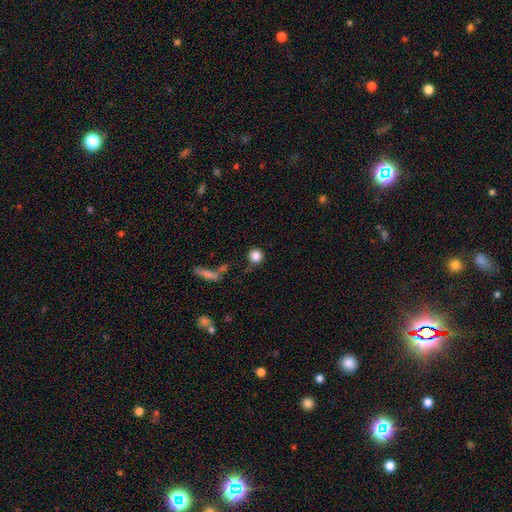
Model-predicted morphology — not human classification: smooth 85%, star or artifact 10%, featured or disk 5%. Down the decision tree: how rounded — round (93%); merging — none (80%).